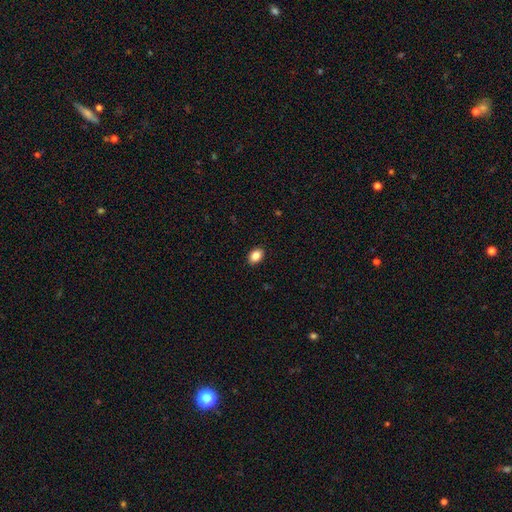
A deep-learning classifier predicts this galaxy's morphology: Q: Smooth or featured?
A: smooth (86%); runner-up: star or artifact (8%)
Q: How rounded?
A: in between (80%); runner-up: round (19%)
Q: Merging?
A: none (90%); runner-up: minor disturbance (7%)